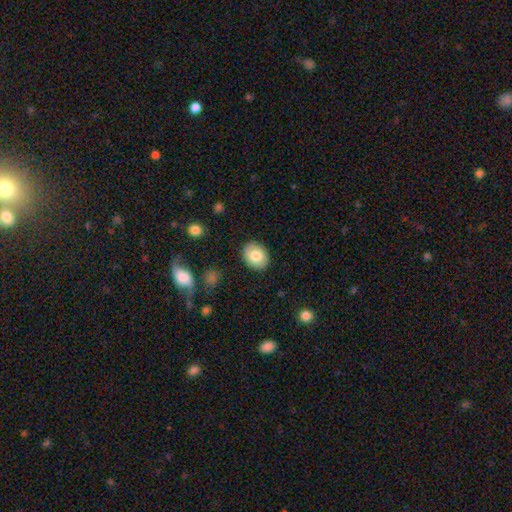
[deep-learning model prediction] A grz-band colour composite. It shows a smooth galaxy with no disk features (80%) that is in between round and cigar-shaped (57%). Merging: none (88%).